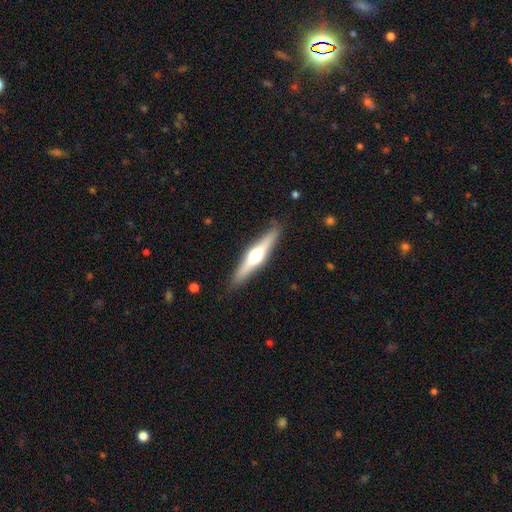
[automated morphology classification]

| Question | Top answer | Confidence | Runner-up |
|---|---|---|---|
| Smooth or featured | featured or disk | 68% | smooth (27%) |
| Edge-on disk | yes | 96% | no (4%) |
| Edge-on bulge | rounded | 95% | boxy (3%) |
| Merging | none | 88% | minor disturbance (9%) |